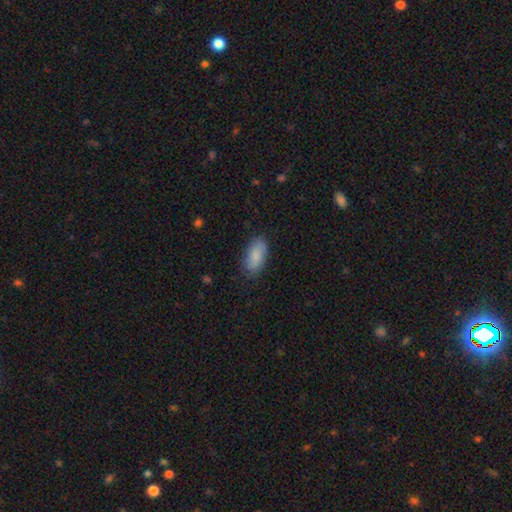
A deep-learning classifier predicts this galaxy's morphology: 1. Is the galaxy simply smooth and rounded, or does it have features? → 86% smooth, 7% featured or disk, 6% star or artifact.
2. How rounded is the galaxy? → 91% in between, 6% cigar-shaped, 3% round.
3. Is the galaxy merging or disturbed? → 83% none, 13% minor disturbance, 3% major disturbance, 1% merger.